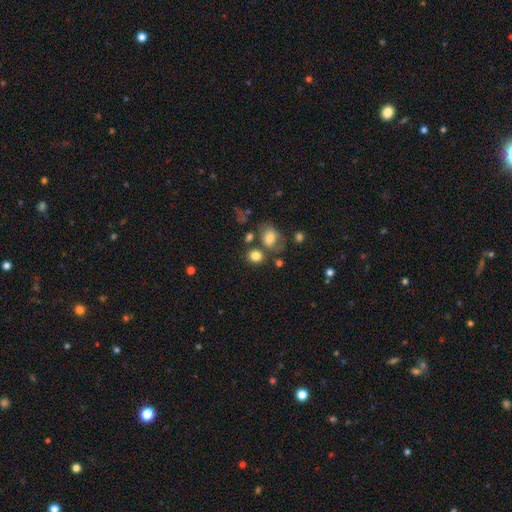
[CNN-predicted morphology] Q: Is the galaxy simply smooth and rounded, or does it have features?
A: smooth — 80%.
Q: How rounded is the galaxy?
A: round — 67%.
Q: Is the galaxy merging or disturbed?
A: none — 65%.